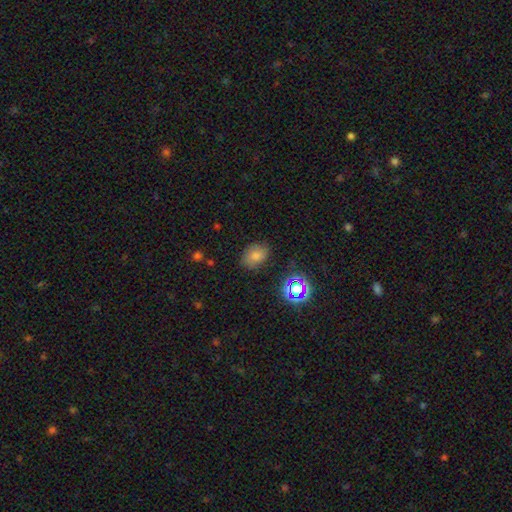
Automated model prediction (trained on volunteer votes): Smooth or featured: smooth — 71% (star or artifact — 19%)
How rounded: in between — 67% (round — 32%)
Merging: none — 80% (minor disturbance — 14%)